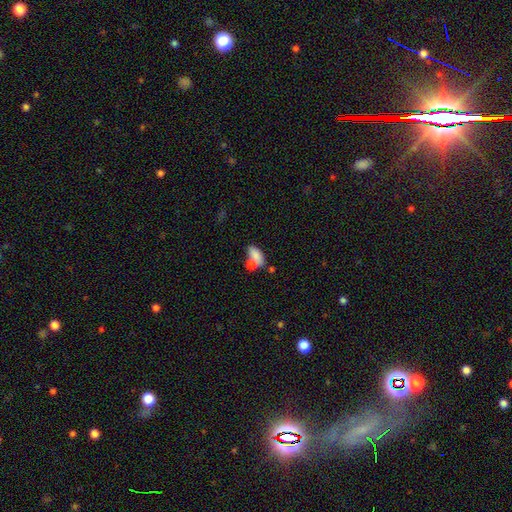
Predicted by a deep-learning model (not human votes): Morphology: type=smooth (78%); roundness=in between (87%); merging=merger (45%).